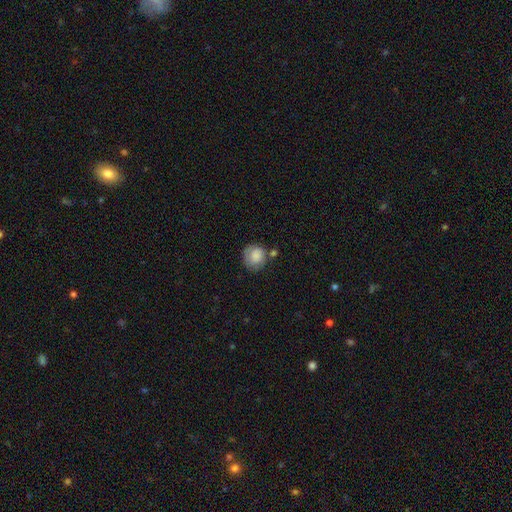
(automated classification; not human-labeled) smooth 81%, featured or disk 11%, star or artifact 8%. Down the decision tree: how rounded — round (83%); merging — none (60%).